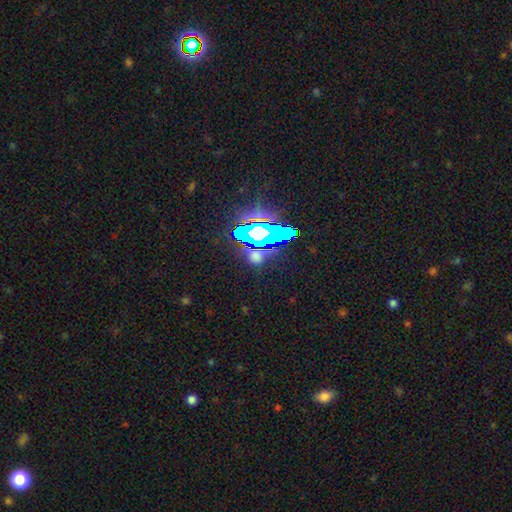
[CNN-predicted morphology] smooth_or_featured: star or artifact (p=0.63) [alt: smooth p=0.28]